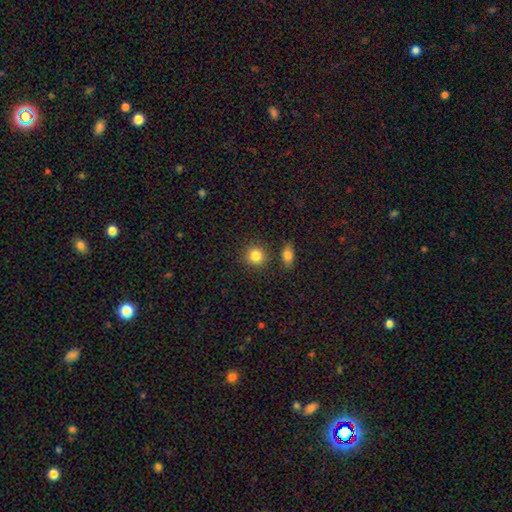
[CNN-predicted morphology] Q: Smooth or featured?
A: smooth (84%); runner-up: star or artifact (10%)
Q: How rounded?
A: round (87%); runner-up: in between (12%)
Q: Merging?
A: none (83%); runner-up: minor disturbance (8%)